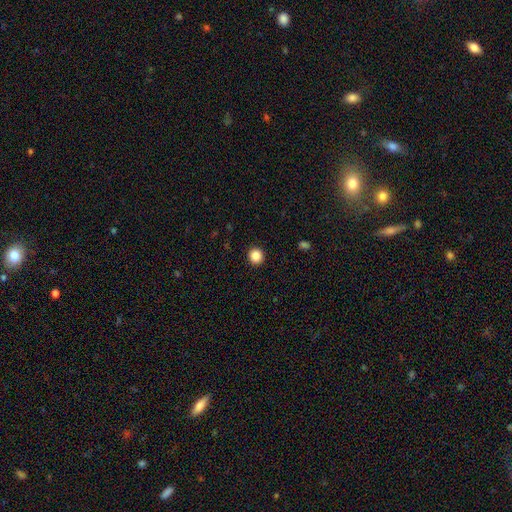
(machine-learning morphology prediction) Smooth or featured? Predicted: smooth (p=0.87). How rounded? Predicted: round (p=0.93). Merging? Predicted: none (p=0.93).